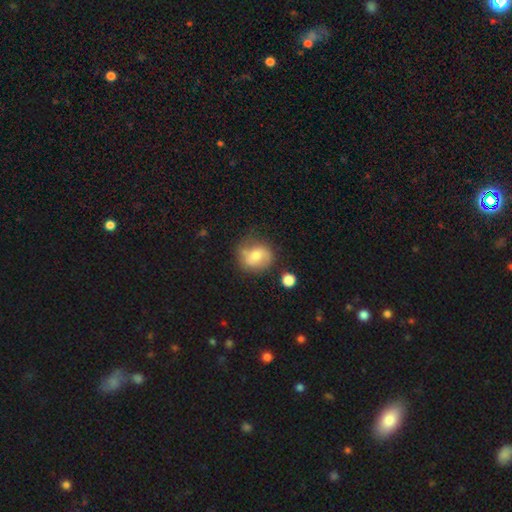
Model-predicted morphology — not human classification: This is possibly a smooth galaxy (58%). How rounded: likely round (66%). Merging: possibly none (53%).